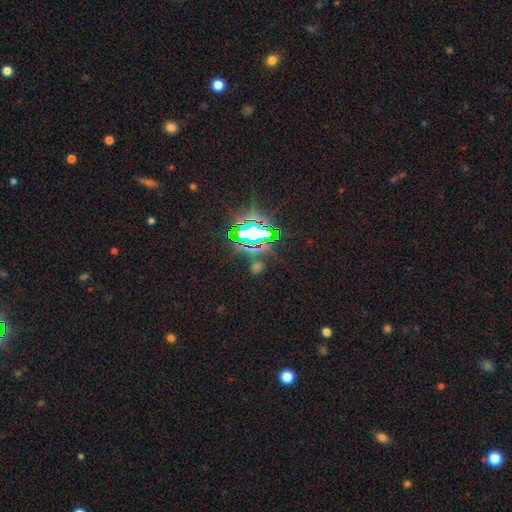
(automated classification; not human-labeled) smooth-or-featured: star or artifact: 82% | smooth: 11% | featured or disk: 7%